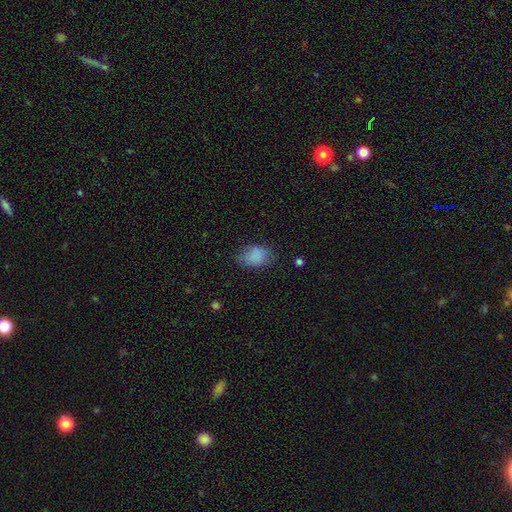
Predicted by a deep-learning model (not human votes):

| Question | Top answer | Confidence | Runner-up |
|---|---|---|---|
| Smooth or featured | smooth | 85% | star or artifact (9%) |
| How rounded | in between | 77% | round (22%) |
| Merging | none | 72% | minor disturbance (21%) |